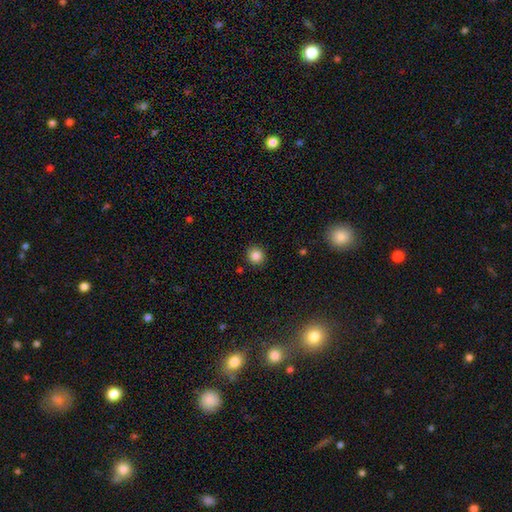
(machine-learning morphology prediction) Smooth or featured?
  - smooth: 85% *
  - star or artifact: 11%
  - featured or disk: 4%
How rounded?
  - round: 92% *
  - in between: 8%
  - cigar-shaped: 1%
Merging?
  - none: 90% *
  - minor disturbance: 6%
  - major disturbance: 2%
  - merger: 2%